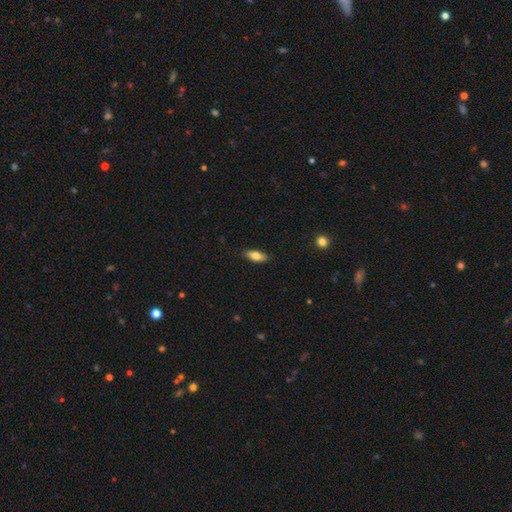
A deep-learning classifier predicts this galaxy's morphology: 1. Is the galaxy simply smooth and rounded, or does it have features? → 78% smooth, 15% featured or disk, 7% star or artifact.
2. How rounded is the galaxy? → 80% in between, 18% cigar-shaped, 3% round.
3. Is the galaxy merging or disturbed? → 86% none, 11% minor disturbance, 2% major disturbance, 1% merger.